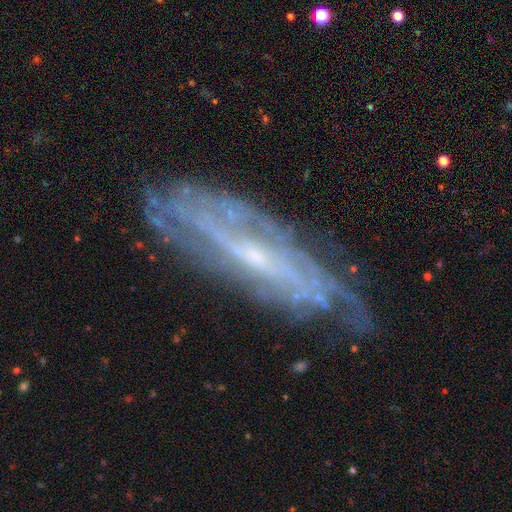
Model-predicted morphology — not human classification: featured or disk 82%, smooth 9%, star or artifact 9%. Down the decision tree: edge-on disk — no (76%); bar — weak (39%); spiral arms — yes (93%); spiral arm count — can't tell (47%); spiral winding — tight (69%); bulge size — small (74%); merging — none (77%).